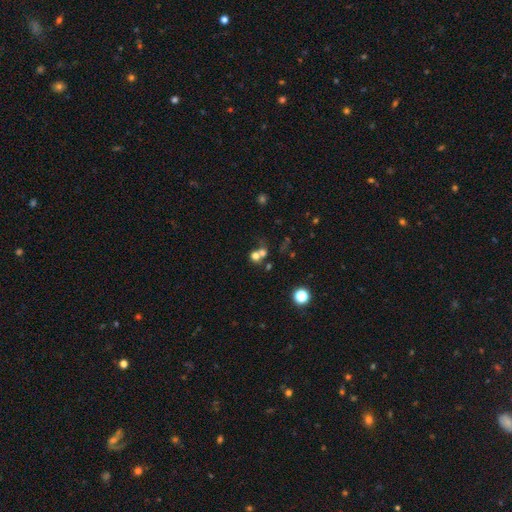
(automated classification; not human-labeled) smooth 64%, star or artifact 21%, featured or disk 16%. Down the decision tree: how rounded — round (81%); merging — merger (51%).